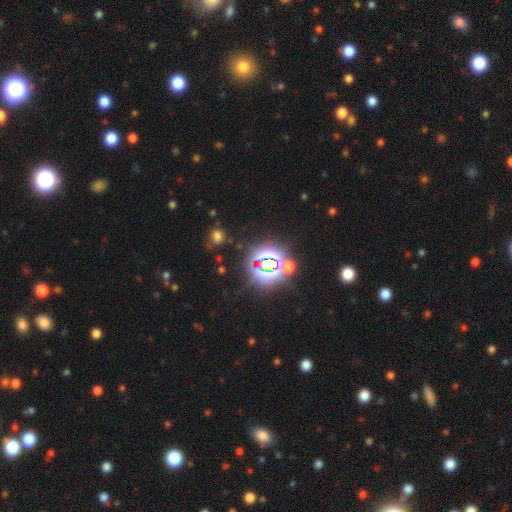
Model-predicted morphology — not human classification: The model was most divided on "smooth or featured": star or artifact: 81%, smooth: 12%, featured or disk: 7%.